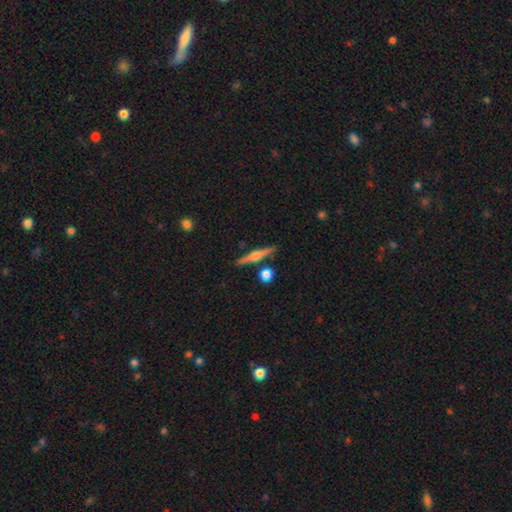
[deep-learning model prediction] Smooth or featured? featured or disk (70%)
Edge-on disk? yes (98%)
Edge-on bulge? rounded (87%)
Merging? none (85%)